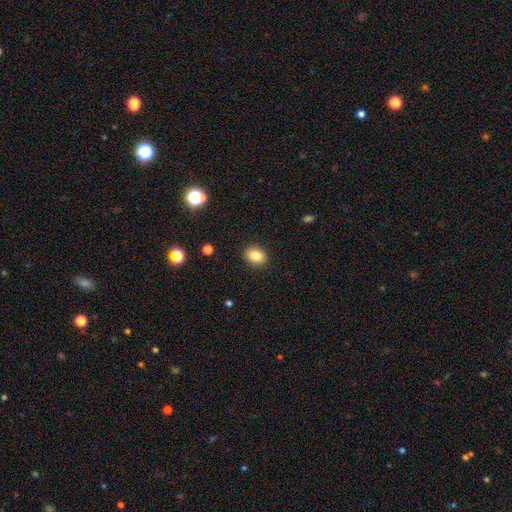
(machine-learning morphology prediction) A smooth galaxy with no disk features (83%) that is in between round and cigar-shaped (56%). Merging: none (90%).